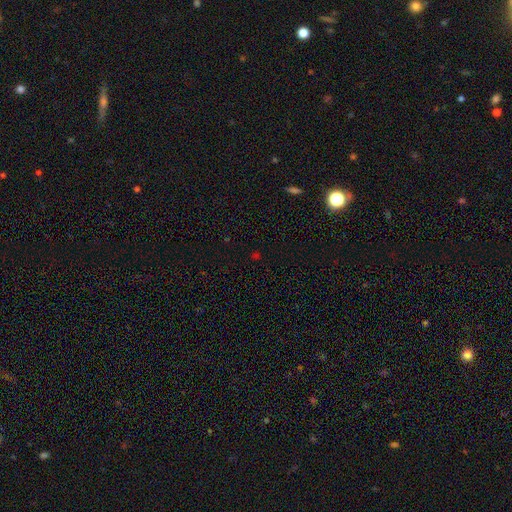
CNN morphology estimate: Smooth or featured? Predicted: star or artifact (p=0.59).